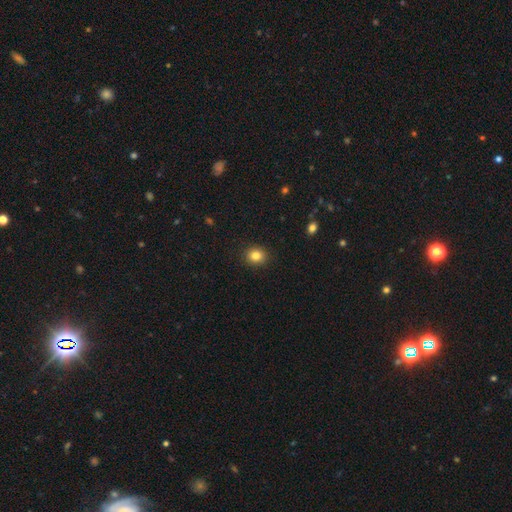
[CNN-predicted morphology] This appears to be a smooth galaxy with no disk features (83%) that is round (74%). Merging: none (91%).